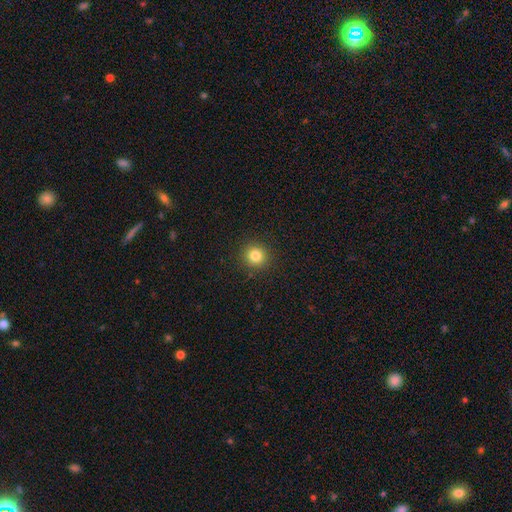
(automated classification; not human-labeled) This is clearly a smooth galaxy (82%). How rounded: clearly round (94%). Merging: clearly none (91%).